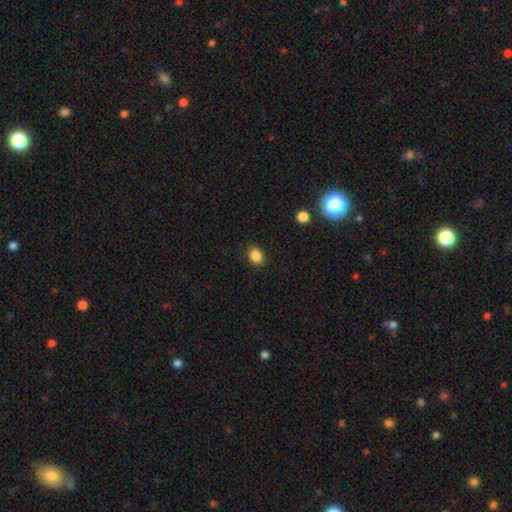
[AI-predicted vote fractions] Smooth or featured: smooth — 87% (star or artifact — 10%)
How rounded: in between — 68% (round — 31%)
Merging: none — 88% (minor disturbance — 8%)